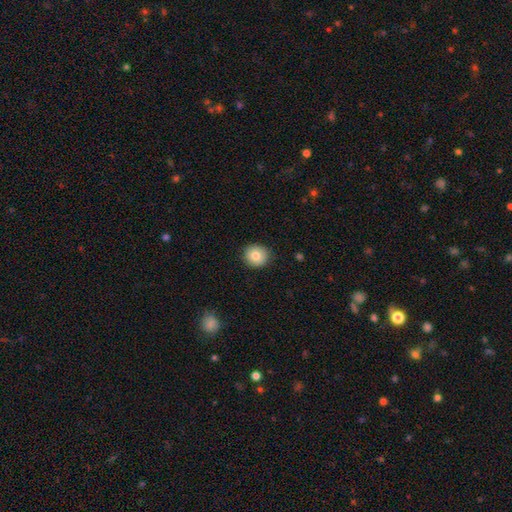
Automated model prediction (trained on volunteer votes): Smooth or featured? smooth (80%)
How rounded? round (88%)
Merging? none (88%)